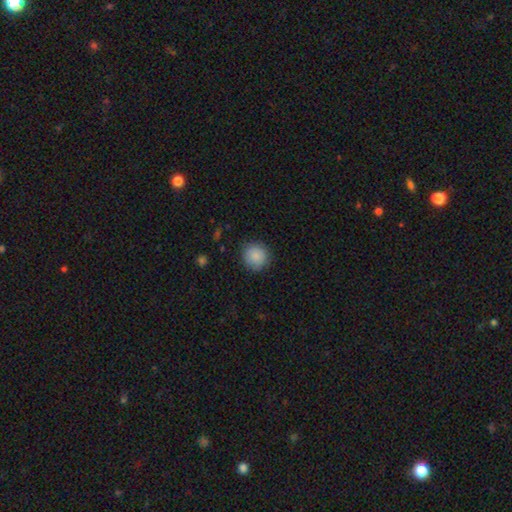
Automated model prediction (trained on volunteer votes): Smooth or featured? smooth (87%)
How rounded? round (92%)
Merging? none (86%)